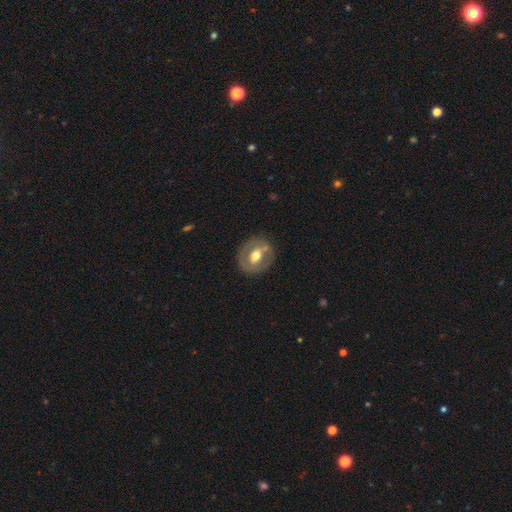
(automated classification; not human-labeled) Smooth or featured? featured or disk (56%)
Edge-on disk? no (94%)
Bar? no (47%)
Spiral arms? no (80%)
Bulge size? moderate (71%)
Merging? none (78%)